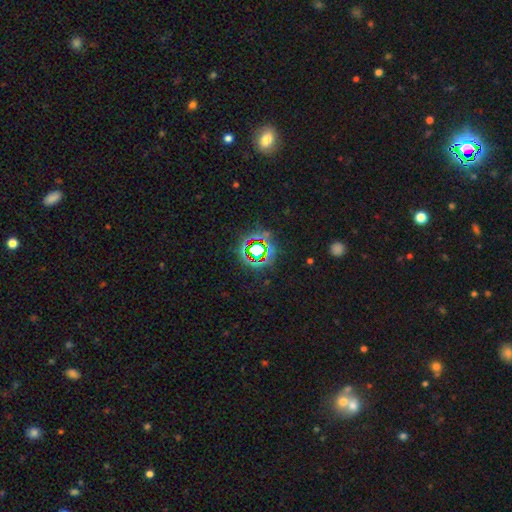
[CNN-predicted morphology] The model was most divided on "smooth or featured": star or artifact: 70%, smooth: 18%, featured or disk: 12%.